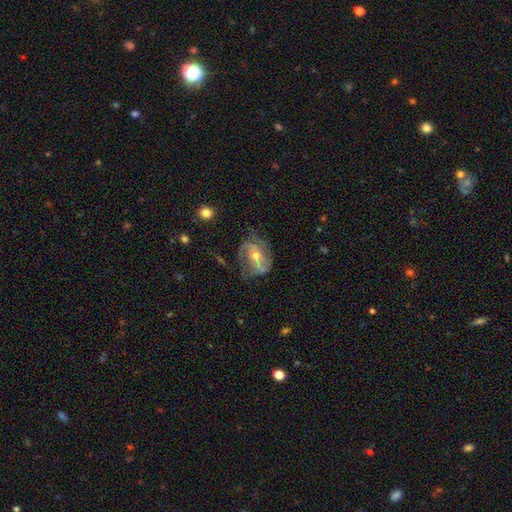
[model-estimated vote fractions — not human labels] Morphology: type=featured or disk (79%); edge-on=no (96%); bar=no (39%); spiral arms=yes (89%); winding=medium (44%); arm count=2 (55%); bulge=moderate (52%); merging=none (55%).